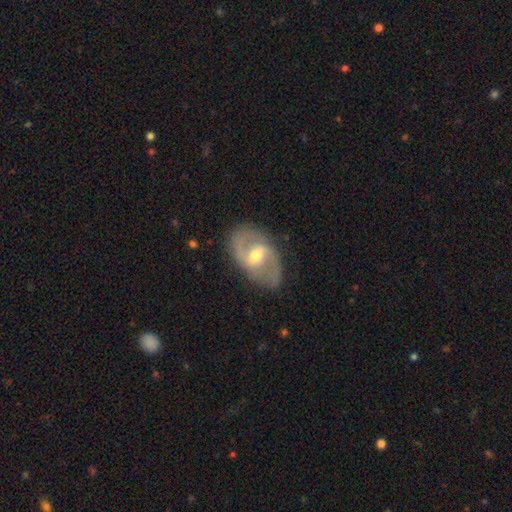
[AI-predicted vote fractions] The model was most divided on "spiral winding": medium: 51%, loose: 31%, tight: 18%. More confident: edge-on disk — no (96%); spiral arm count — 2 (89%); spiral arms — yes (87%); merging — none (81%); smooth or featured — featured or disk (81%); bulge size — moderate (62%); bar — weak (53%).